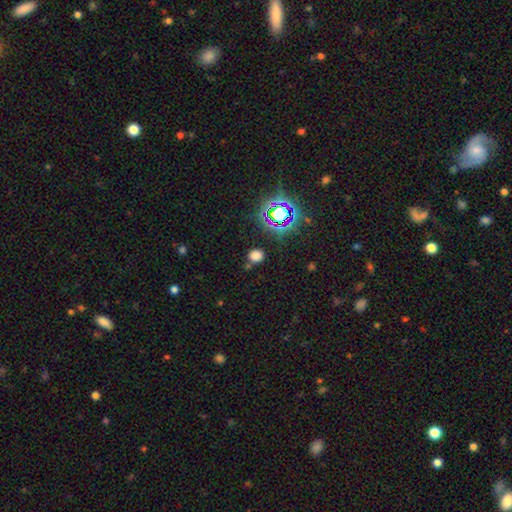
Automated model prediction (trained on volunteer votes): The model was most divided on "smooth or featured": smooth: 67%, star or artifact: 27%, featured or disk: 6%. More confident: merging — none (77%); how rounded — round (72%).